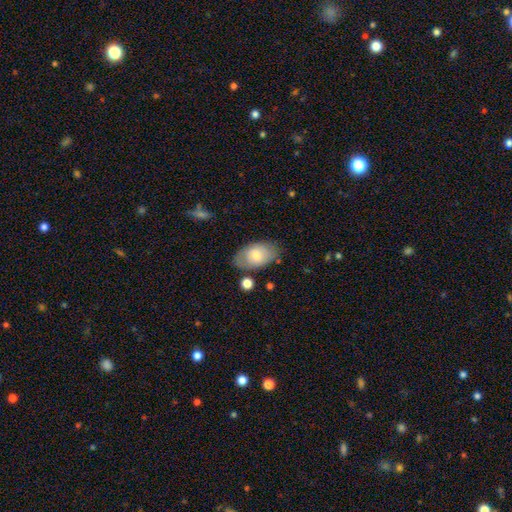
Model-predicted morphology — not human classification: Smooth or featured? Predicted: smooth (p=0.68). How rounded? Predicted: in between (p=0.92). Merging? Predicted: none (p=0.74).